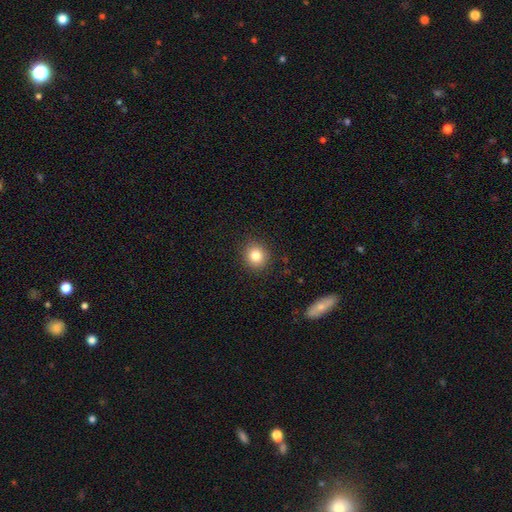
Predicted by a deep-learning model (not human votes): Morphology: type=smooth (82%); roundness=round (84%); merging=none (90%).